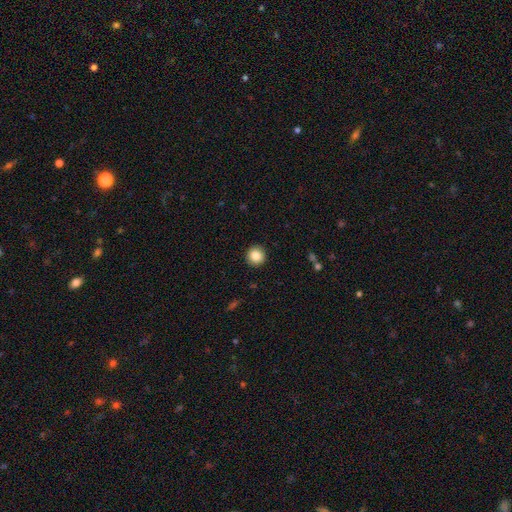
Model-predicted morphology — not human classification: The model was most divided on "smooth or featured": smooth: 86%, star or artifact: 9%, featured or disk: 5%. More confident: how rounded — round (95%); merging — none (93%).